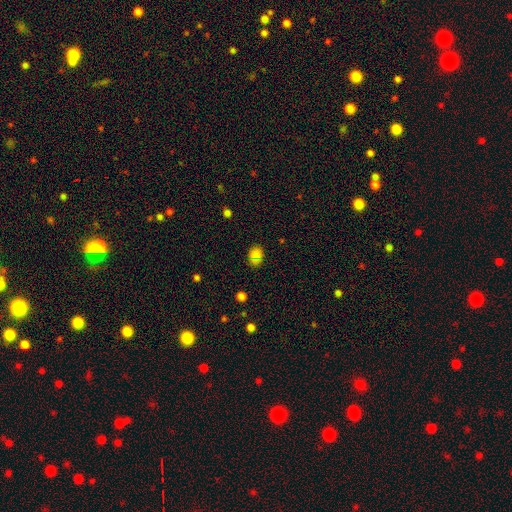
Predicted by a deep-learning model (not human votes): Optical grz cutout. It shows a smooth galaxy with no disk features (72%) that is in between round and cigar-shaped (57%). Merging: none (80%).